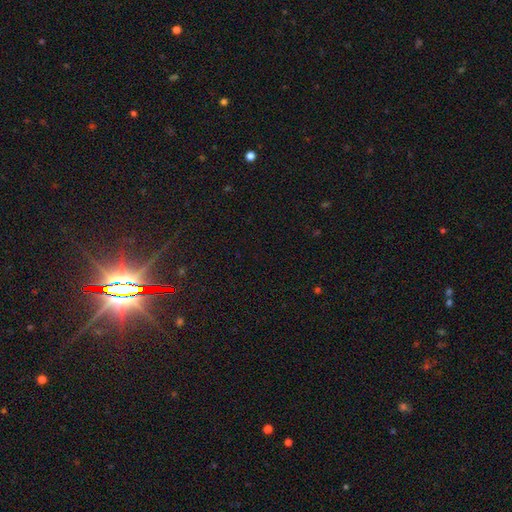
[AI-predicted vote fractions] Smooth or featured? Predicted: star or artifact (p=0.70).